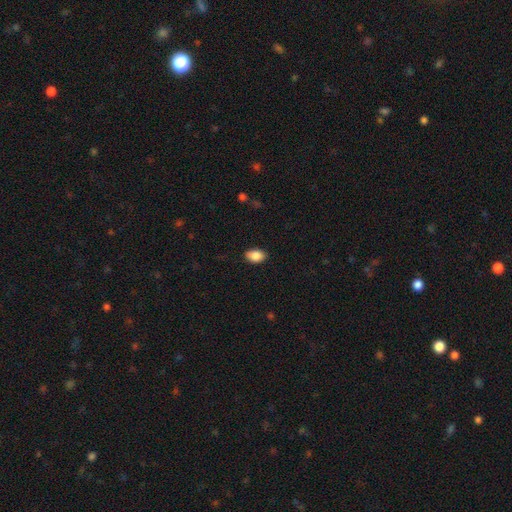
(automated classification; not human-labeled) Smooth or featured?
  - smooth: 88% *
  - star or artifact: 7%
  - featured or disk: 5%
How rounded?
  - in between: 88% *
  - round: 11%
  - cigar-shaped: 1%
Merging?
  - none: 88% *
  - minor disturbance: 9%
  - major disturbance: 2%
  - merger: 1%